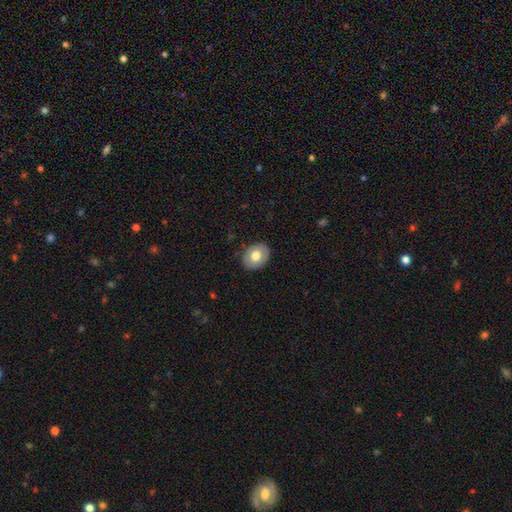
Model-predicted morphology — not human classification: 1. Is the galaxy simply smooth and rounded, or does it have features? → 69% smooth, 24% featured or disk, 7% star or artifact.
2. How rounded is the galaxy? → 56% in between, 43% round, 1% cigar-shaped.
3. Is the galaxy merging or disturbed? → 87% none, 10% minor disturbance, 2% major disturbance, 1% merger.